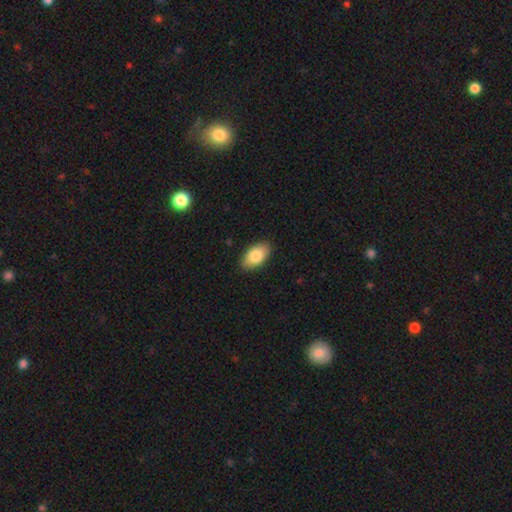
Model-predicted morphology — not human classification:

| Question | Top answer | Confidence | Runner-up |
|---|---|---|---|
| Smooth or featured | smooth | 83% | featured or disk (10%) |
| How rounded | in between | 94% | round (4%) |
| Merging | none | 88% | minor disturbance (9%) |